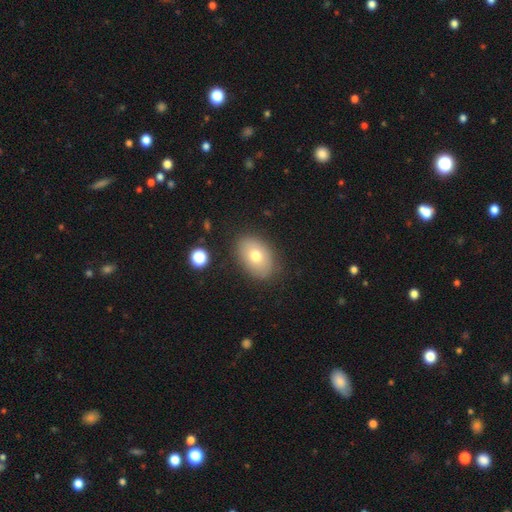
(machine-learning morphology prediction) type=smooth (71%); roundness=in between (83%); merging=none (84%).